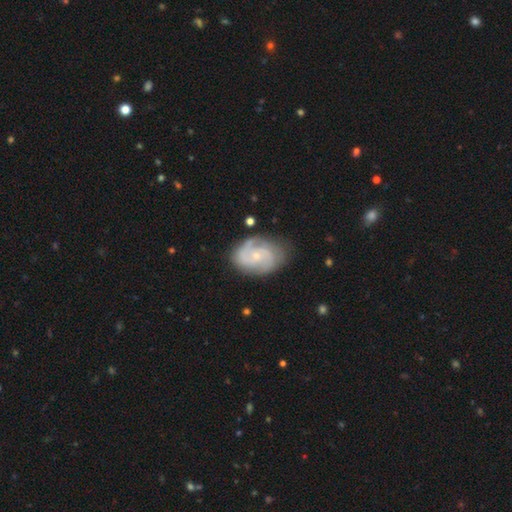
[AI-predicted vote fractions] Smooth or featured?
  - featured or disk: 83% *
  - smooth: 12%
  - star or artifact: 5%
Edge-on disk?
  - no: 97% *
  - yes: 3%
Bar?
  - no: 67% *
  - weak: 28%
  - strong: 5%
Spiral arms?
  - yes: 95% *
  - no: 5%
Spiral winding?
  - medium: 45% *
  - tight: 42%
  - loose: 13%
Spiral arm count?
  - 2: 62% *
  - 3: 15%
  - can't tell: 13%
  - 1: 4%
  - 4: 3%
  - more than 4: 3%
Bulge size?
  - small: 72% *
  - moderate: 24%
  - none: 2%
  - large: 1%
  - dominant: 1%
Merging?
  - none: 73% *
  - minor disturbance: 19%
  - major disturbance: 6%
  - merger: 2%